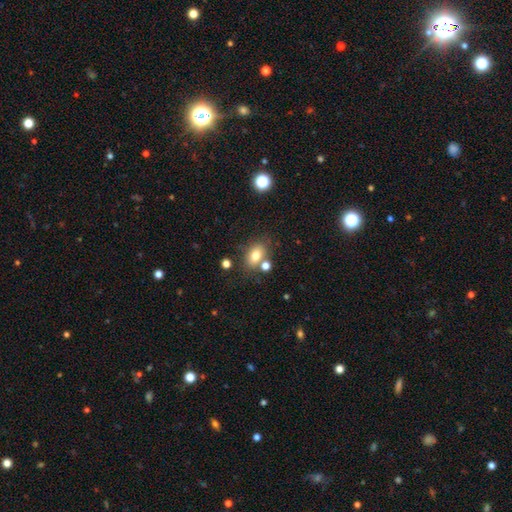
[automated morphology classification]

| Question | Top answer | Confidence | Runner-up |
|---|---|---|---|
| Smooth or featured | smooth | 77% | featured or disk (12%) |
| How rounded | in between | 77% | round (21%) |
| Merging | none | 67% | merger (15%) |